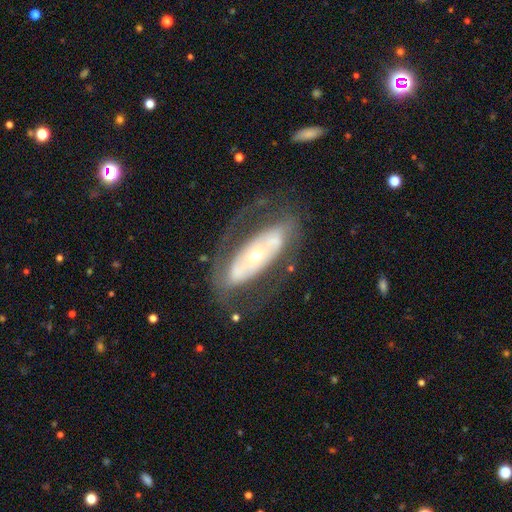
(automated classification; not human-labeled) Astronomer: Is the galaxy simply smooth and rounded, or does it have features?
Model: featured or disk — 71%.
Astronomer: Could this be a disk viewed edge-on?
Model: no — 83%.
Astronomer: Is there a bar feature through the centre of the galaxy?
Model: no — 63%.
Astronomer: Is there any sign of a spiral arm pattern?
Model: no — 56% (runner-up: yes, 44%).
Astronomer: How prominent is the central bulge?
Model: small — 58% (runner-up: moderate, 36%).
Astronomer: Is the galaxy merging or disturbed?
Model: none — 64%.